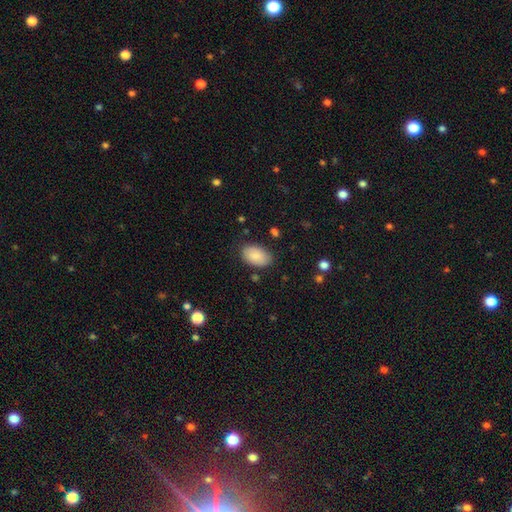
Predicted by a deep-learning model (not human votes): A smooth galaxy with no disk features (86%) that is in between round and cigar-shaped (92%).

Vote fractions:
- Smooth or featured? smooth: 86% / featured or disk: 8% / star or artifact: 7%
- How rounded? in between: 92% / round: 7% / cigar-shaped: 1%
- Merging? none: 81% / minor disturbance: 14% / major disturbance: 3% / merger: 2%